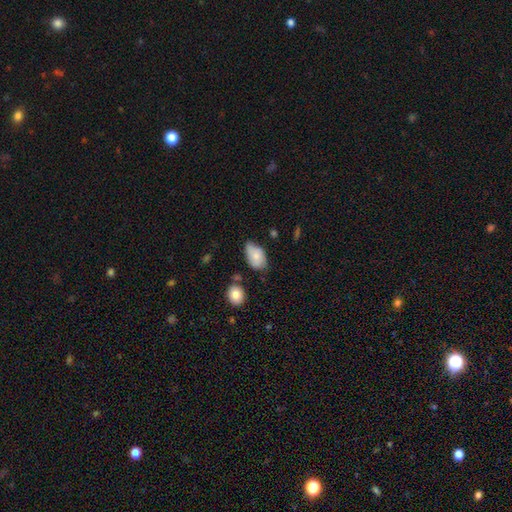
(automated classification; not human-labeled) Overall: smooth (73%). How rounded: in between (88%). Merging: minor disturbance (44%; none 41%).